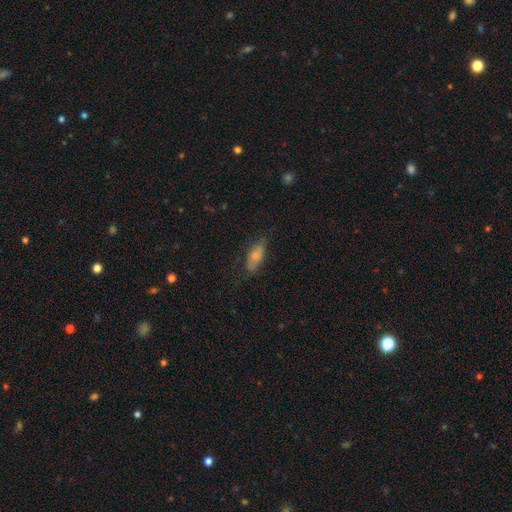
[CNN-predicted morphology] Smooth or featured? smooth (71%)
How rounded? in between (72%)
Merging? none (66%)